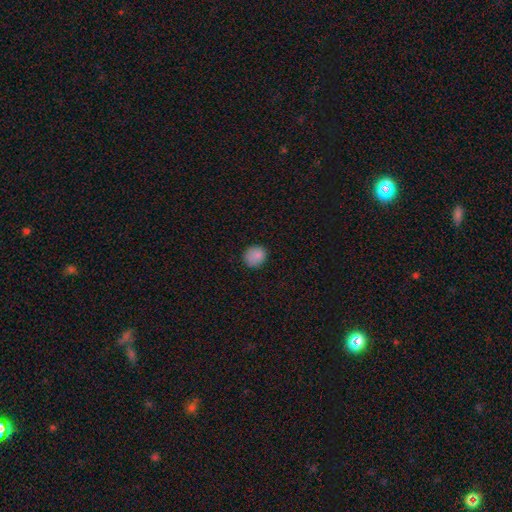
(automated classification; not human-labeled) This is clearly a smooth galaxy (84%). How rounded: likely round (73%). Merging: likely none (78%).